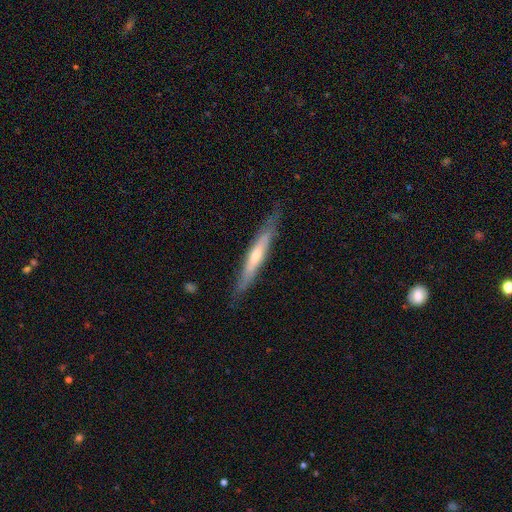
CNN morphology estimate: type=featured or disk (57%); edge-on=yes (87%); merging=none (79%).